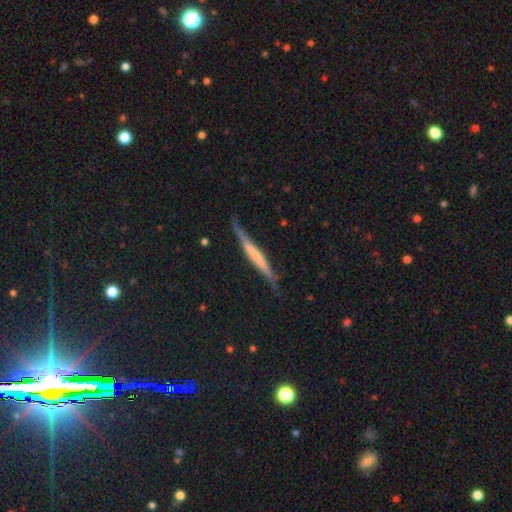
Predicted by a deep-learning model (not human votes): Smooth or featured: featured or disk — 59% (smooth — 35%)
Edge-on disk: yes — 95% (no — 5%)
Edge-on bulge: none — 57% (rounded — 25%)
Merging: none — 76% (minor disturbance — 18%)